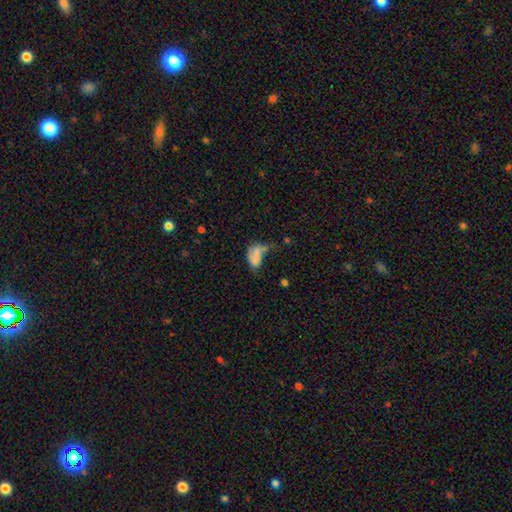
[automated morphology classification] A smooth galaxy with no disk features (61%) that is in between round and cigar-shaped (88%). Merging: major disturbance (36%).